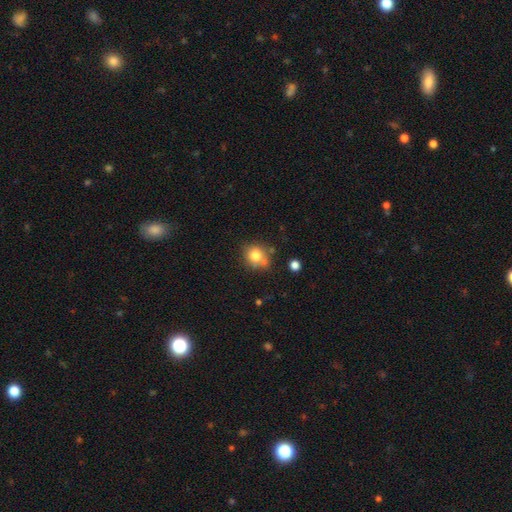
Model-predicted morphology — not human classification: Smooth or featured? Predicted: smooth (p=0.78). How rounded? Predicted: round (p=0.75). Merging? Predicted: none (p=0.63).